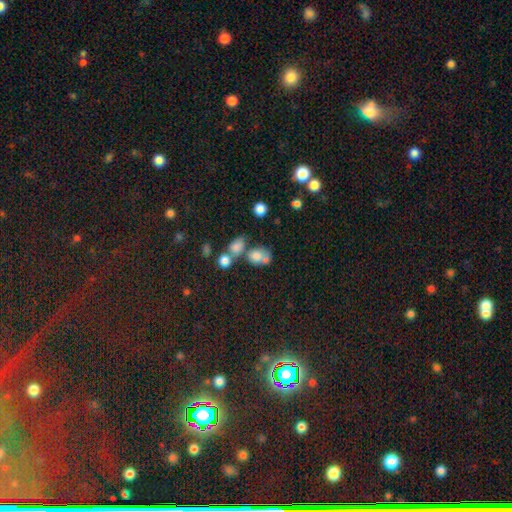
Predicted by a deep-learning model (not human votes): Overall: smooth (72%). How rounded: in between (50%; round 48%). Merging: merger (47%; none 29%).